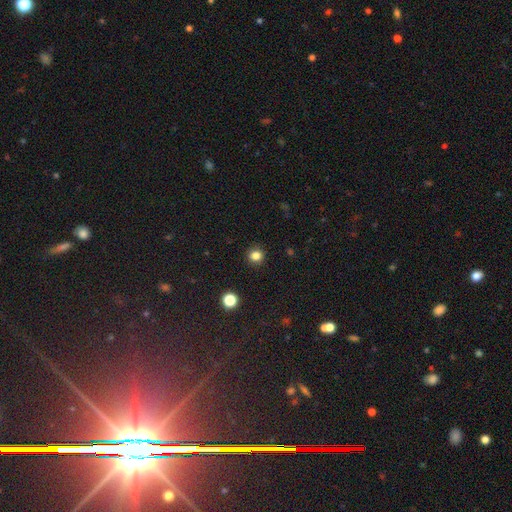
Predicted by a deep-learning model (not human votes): Smooth or featured: smooth — 82% (star or artifact — 13%)
How rounded: round — 91% (in between — 8%)
Merging: none — 92% (minor disturbance — 5%)